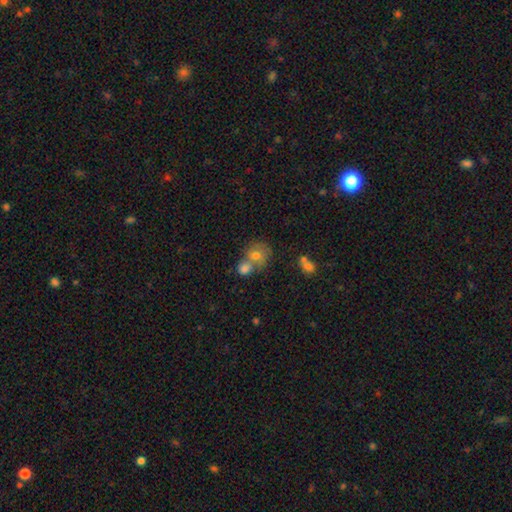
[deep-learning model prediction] smooth_or_featured: smooth (p=0.72) [alt: featured or disk p=0.16]
how_rounded: round (p=0.75) [alt: in between p=0.24]
merging: merger (p=0.53) [alt: none p=0.34]